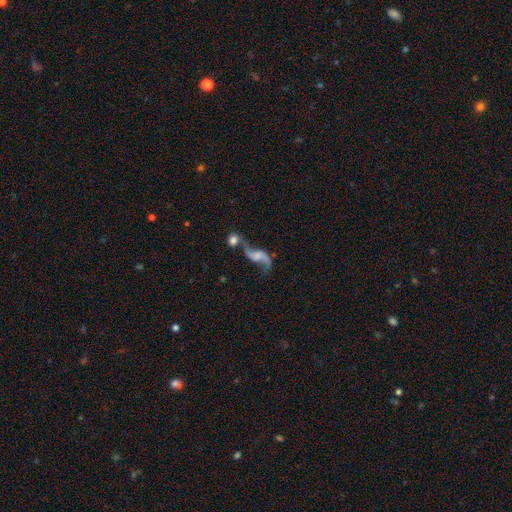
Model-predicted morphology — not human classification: featured or disk 79%, smooth 13%, star or artifact 8%. Down the decision tree: edge-on disk — no (93%); bar — no (53%); spiral arms — yes (91%); spiral arm count — 2 (87%); spiral winding — loose (89%); bulge size — none (33%); merging — none (38%).